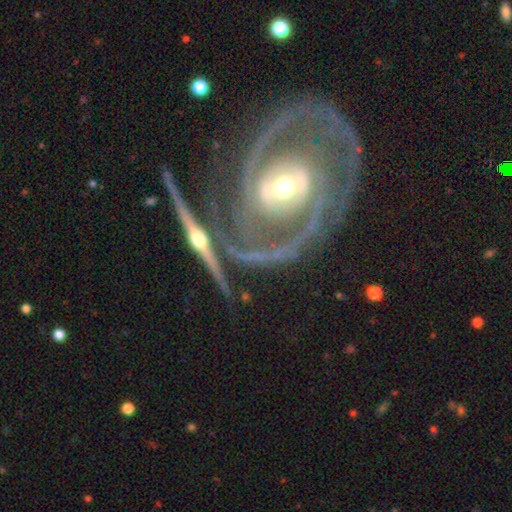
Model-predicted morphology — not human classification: Overall: featured or disk (84%). Edge-on disk: no (79%). Bar: no (35%; strong 33%). Spiral arms: yes (88%). Spiral arm count: 2 (72%). Spiral winding: tight (41%; medium 40%). Bulge size: moderate (56%; small 35%). Merging: none (54%; merger 19%).